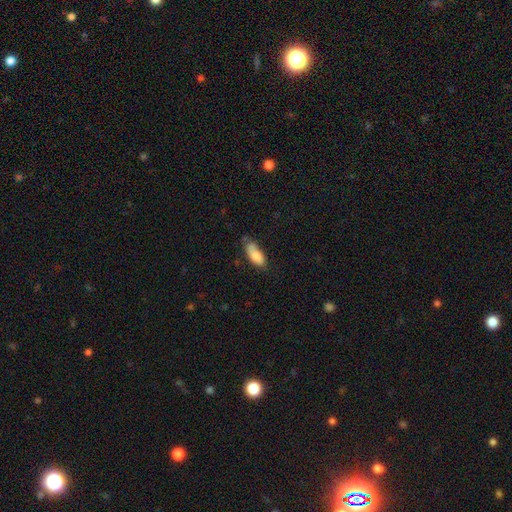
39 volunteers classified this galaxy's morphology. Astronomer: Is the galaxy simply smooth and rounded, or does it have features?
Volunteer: smooth — 82%.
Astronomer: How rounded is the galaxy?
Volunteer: in between — 94%.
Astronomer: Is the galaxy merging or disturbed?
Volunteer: none — 59%.